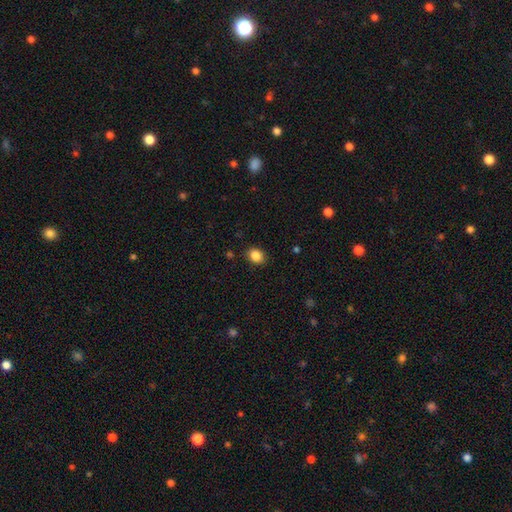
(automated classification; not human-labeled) Smooth or featured? smooth (87%)
How rounded? in between (50%)
Merging? none (87%)